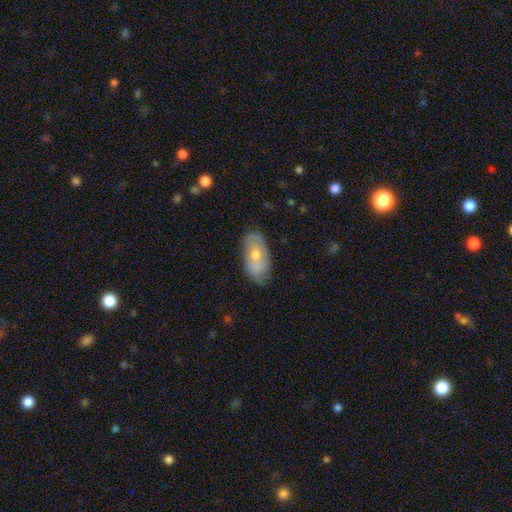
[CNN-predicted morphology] This is possibly a smooth galaxy (48%). Merging: likely none (76%).